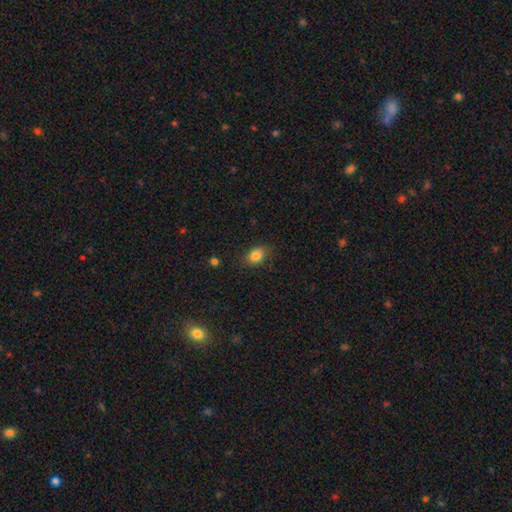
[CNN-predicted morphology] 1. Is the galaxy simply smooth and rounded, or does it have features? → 84% smooth, 10% star or artifact, 7% featured or disk.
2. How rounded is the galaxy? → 67% in between, 32% round, 1% cigar-shaped.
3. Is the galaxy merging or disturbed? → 78% none, 16% minor disturbance, 4% major disturbance, 1% merger.